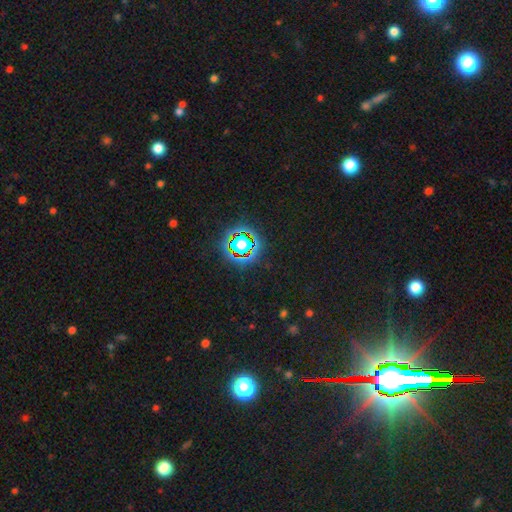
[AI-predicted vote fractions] Morphology: type=star or artifact (83%).